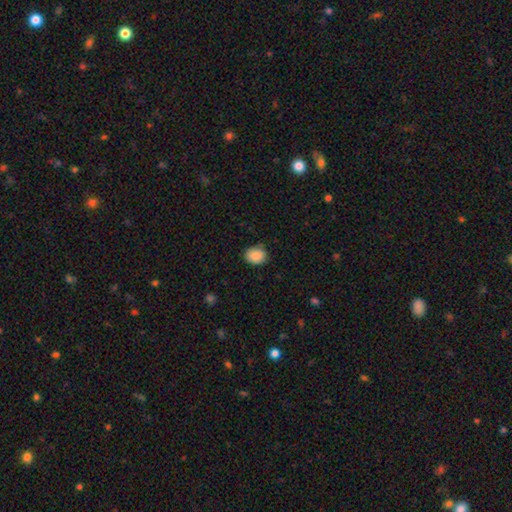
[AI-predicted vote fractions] smooth 89%, star or artifact 8%, featured or disk 4%. Down the decision tree: how rounded — round (51%); merging — none (78%).